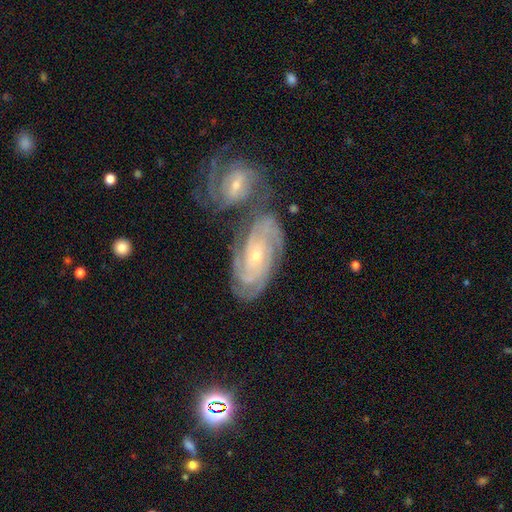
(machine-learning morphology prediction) A featured or disk galaxy (89%) with no bar (62%), 4 (27%) tight (78%) spiral arms (98%) and a small central bulge (71%). Merging: none (55%).